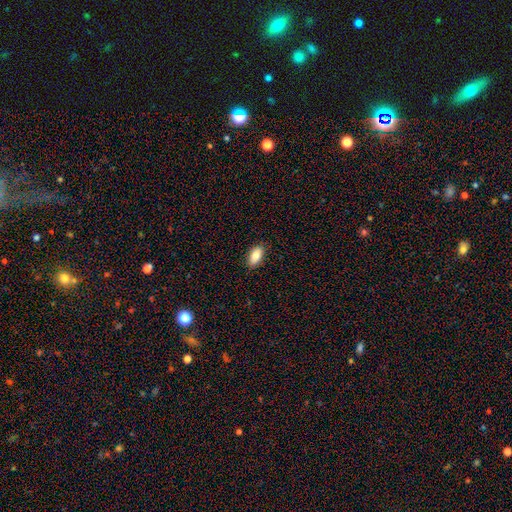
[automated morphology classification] smooth_or_featured: smooth (p=0.84) [alt: featured or disk p=0.08]
how_rounded: in between (p=0.91) [alt: cigar-shaped p=0.05]
merging: none (p=0.87) [alt: minor disturbance p=0.10]